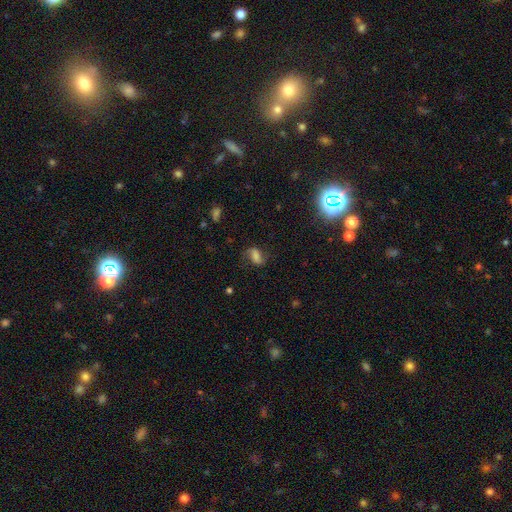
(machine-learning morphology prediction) Smooth or featured?
  - smooth: 47% *
  - featured or disk: 39%
  - star or artifact: 13%
Merging?
  - none: 66% *
  - minor disturbance: 20%
  - major disturbance: 12%
  - merger: 2%